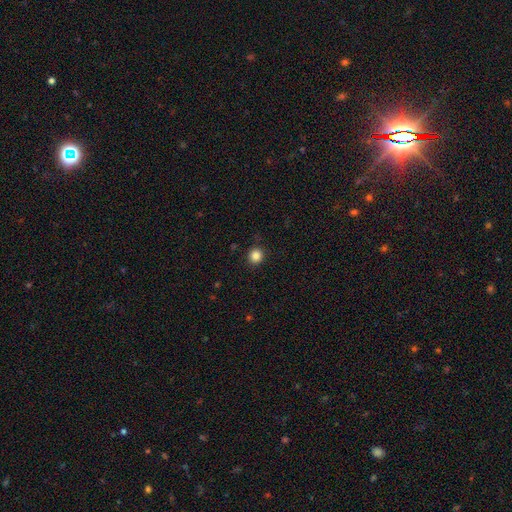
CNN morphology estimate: This is clearly a smooth galaxy (85%). How rounded: clearly round (91%). Merging: clearly none (91%).